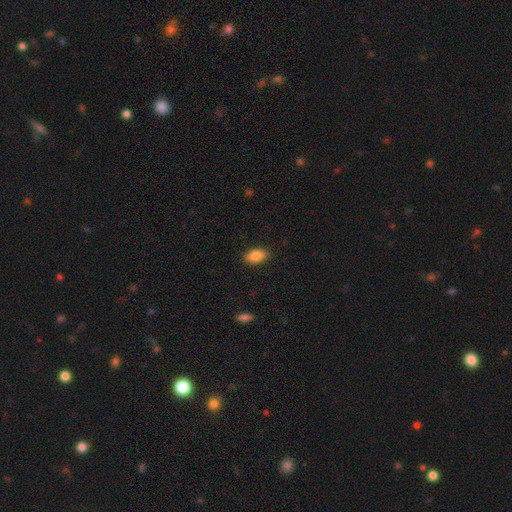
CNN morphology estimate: Smooth or featured: smooth — 88% (star or artifact — 7%)
How rounded: in between — 91% (cigar-shaped — 4%)
Merging: none — 87% (minor disturbance — 10%)